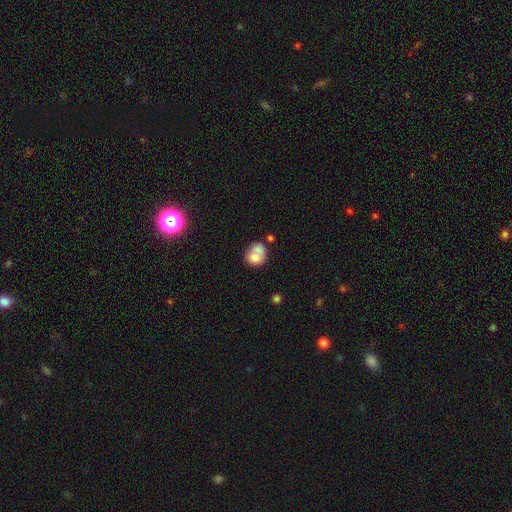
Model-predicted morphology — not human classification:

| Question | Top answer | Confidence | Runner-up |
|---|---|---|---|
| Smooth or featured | smooth | 66% | featured or disk (25%) |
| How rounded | round | 67% | in between (33%) |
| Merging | merger | 42% | none (35%) |